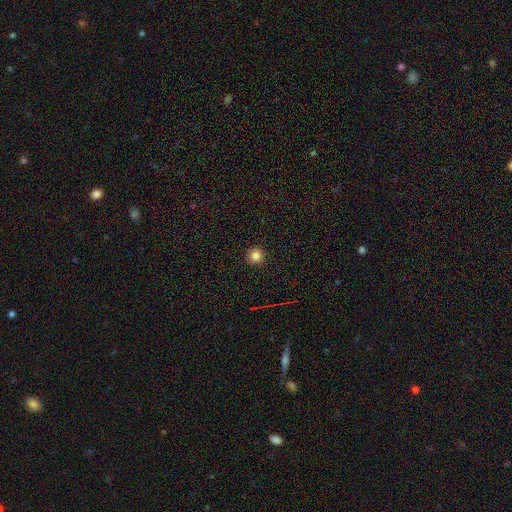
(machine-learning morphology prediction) type=smooth (82%); roundness=round (96%); merging=none (93%).